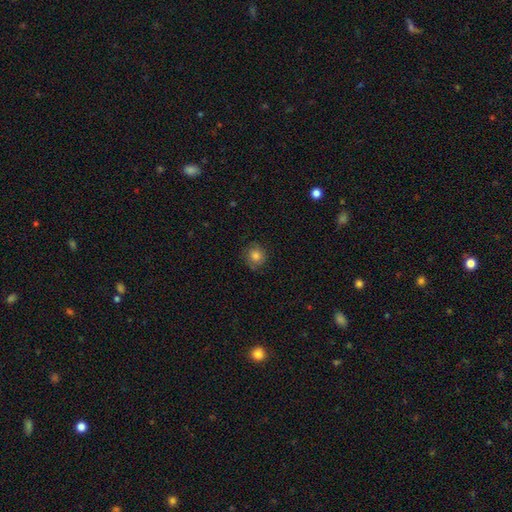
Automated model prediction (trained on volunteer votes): Smooth or featured?
  - smooth: 79% *
  - star or artifact: 11%
  - featured or disk: 11%
How rounded?
  - round: 88% *
  - in between: 11%
  - cigar-shaped: 1%
Merging?
  - none: 80% *
  - minor disturbance: 15%
  - major disturbance: 4%
  - merger: 1%